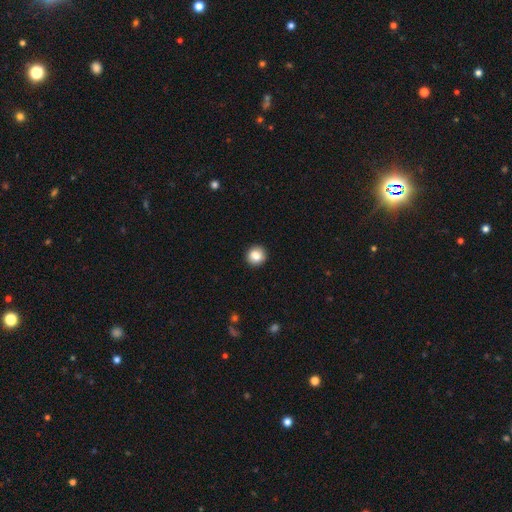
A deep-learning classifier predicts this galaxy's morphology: smooth_or_featured: smooth (p=0.85) [alt: star or artifact p=0.09]
how_rounded: round (p=0.91) [alt: in between p=0.08]
merging: none (p=0.92) [alt: minor disturbance p=0.06]